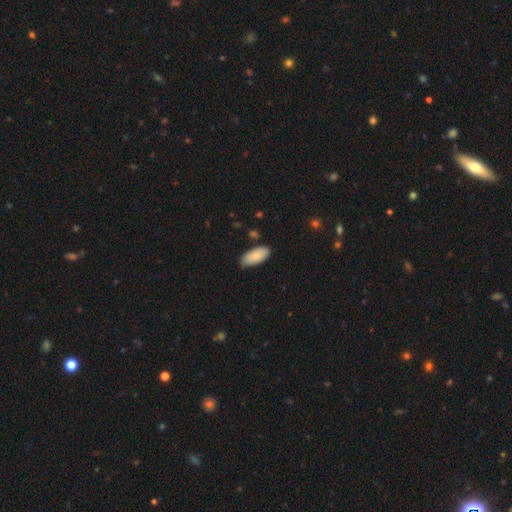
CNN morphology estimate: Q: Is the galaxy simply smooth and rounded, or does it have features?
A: smooth — 84%.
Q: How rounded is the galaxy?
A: in between — 90%.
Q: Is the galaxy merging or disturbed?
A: none — 78%.